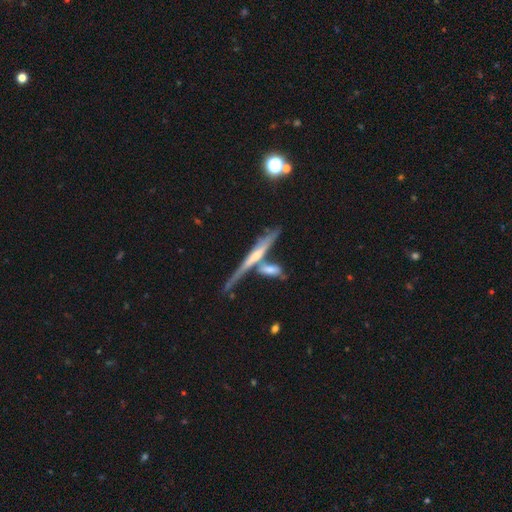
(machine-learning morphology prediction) This appears to be a featured or disk galaxy (64%) viewed edge-on (90%) with a rounded central bulge (51%). Merging: none (47%).